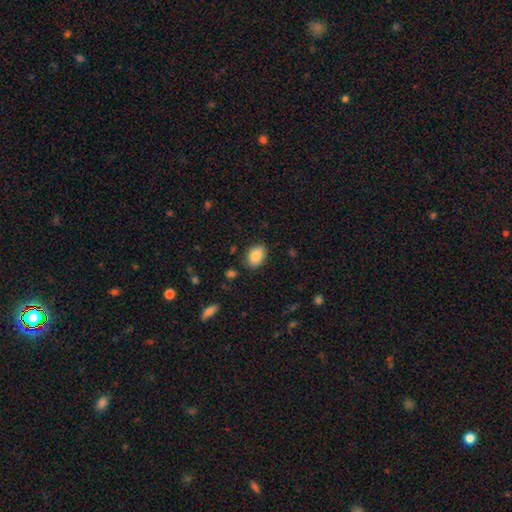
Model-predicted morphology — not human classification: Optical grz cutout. It shows a smooth galaxy with no disk features (87%) that is in between round and cigar-shaped (83%). Merging: none (84%).